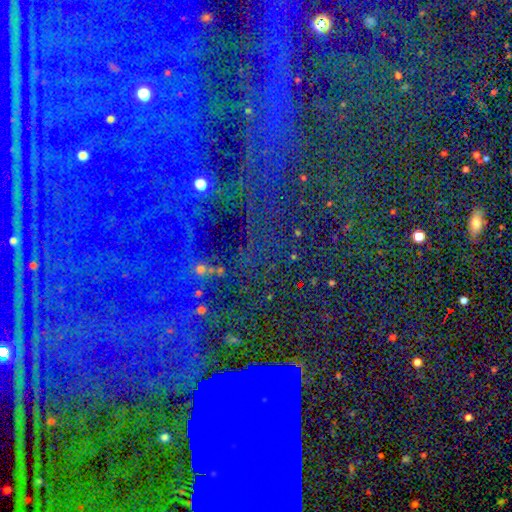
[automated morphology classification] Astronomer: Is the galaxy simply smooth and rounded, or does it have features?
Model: star or artifact — 83%.